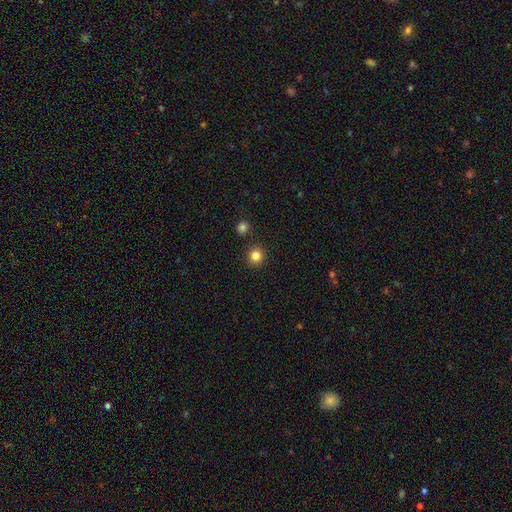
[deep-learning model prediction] Q: Smooth or featured?
A: smooth (83%); runner-up: star or artifact (12%)
Q: How rounded?
A: round (92%); runner-up: in between (7%)
Q: Merging?
A: none (89%); runner-up: minor disturbance (6%)